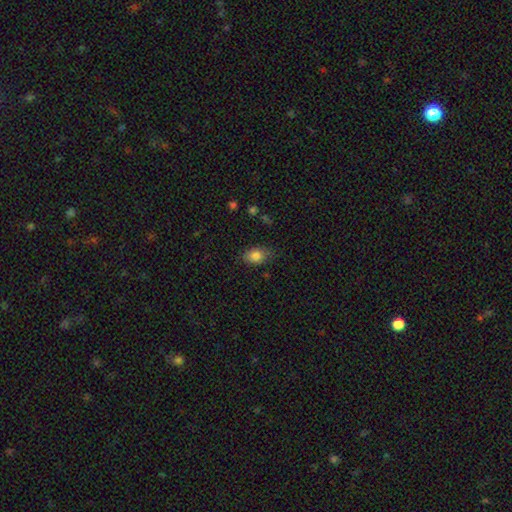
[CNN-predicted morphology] type=smooth (83%); roundness=in between (79%); merging=none (72%).